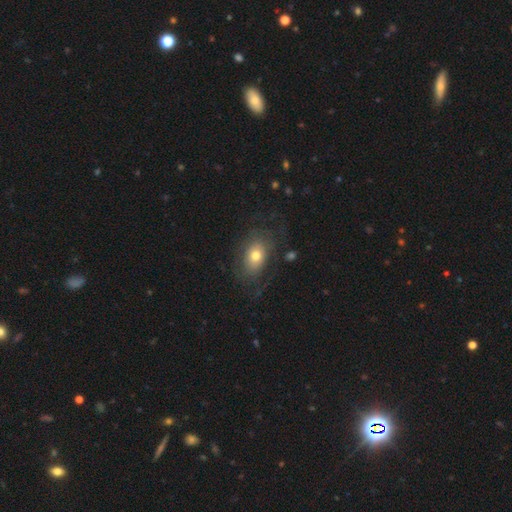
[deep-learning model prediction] A smooth galaxy with no disk features (60%) that is in between round and cigar-shaped (81%). Merging: none (63%).